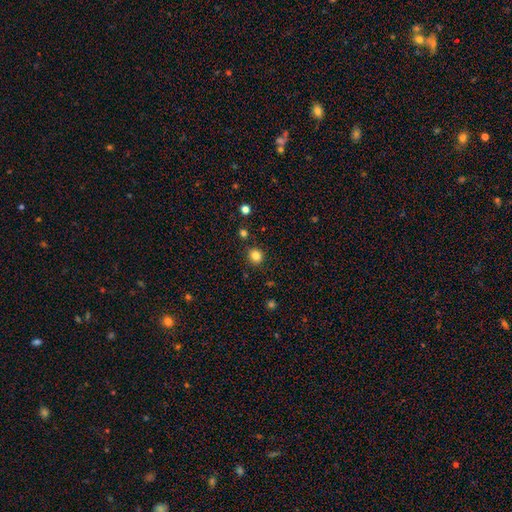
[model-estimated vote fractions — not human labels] Smooth or featured?
  - smooth: 83% *
  - star or artifact: 12%
  - featured or disk: 4%
How rounded?
  - round: 84% *
  - in between: 15%
  - cigar-shaped: 1%
Merging?
  - none: 86% *
  - minor disturbance: 8%
  - merger: 3%
  - major disturbance: 2%